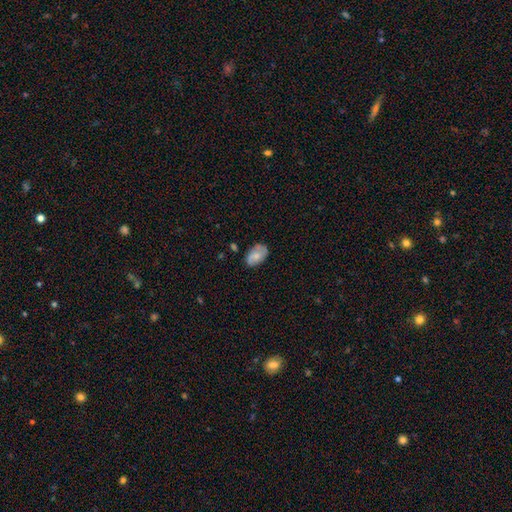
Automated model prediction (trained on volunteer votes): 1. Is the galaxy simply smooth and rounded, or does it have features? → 62% smooth, 31% featured or disk, 7% star or artifact.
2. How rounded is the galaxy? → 90% in between, 8% round, 1% cigar-shaped.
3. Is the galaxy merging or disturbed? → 71% none, 22% minor disturbance, 5% major disturbance, 2% merger.